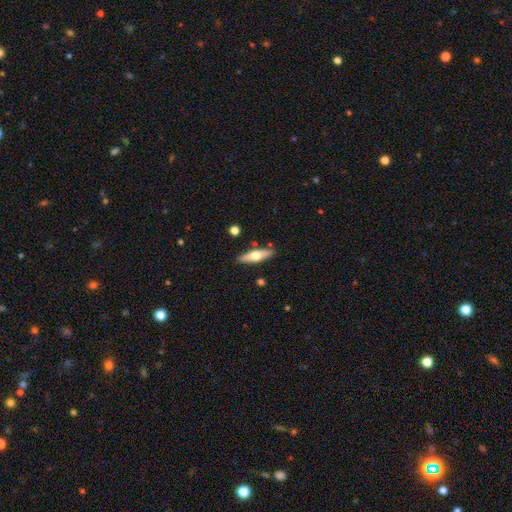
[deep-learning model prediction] This appears to be a smooth galaxy with no disk features (49%). Merging: none (86%).